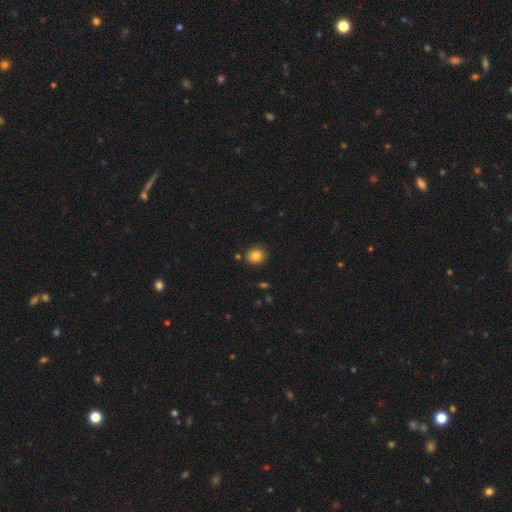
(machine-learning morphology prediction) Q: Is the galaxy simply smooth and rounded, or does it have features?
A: smooth — 83%.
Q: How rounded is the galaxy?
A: round — 76%.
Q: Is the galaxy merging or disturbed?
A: none — 84%.